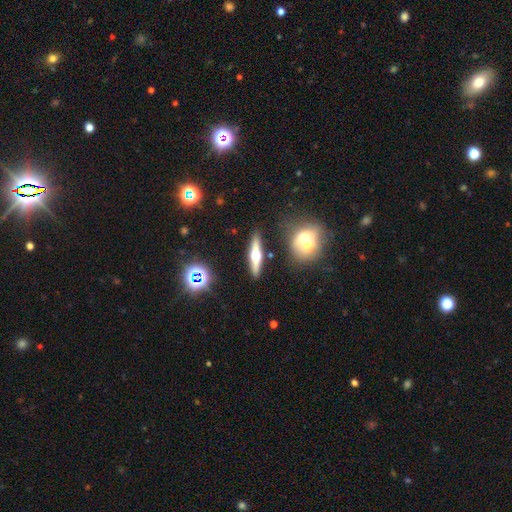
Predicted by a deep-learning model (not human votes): This is likely a featured or disk galaxy (65%). It is clearly viewed edge-on (96%). Edge-on bulge: clearly rounded (95%). Merging: clearly none (85%).